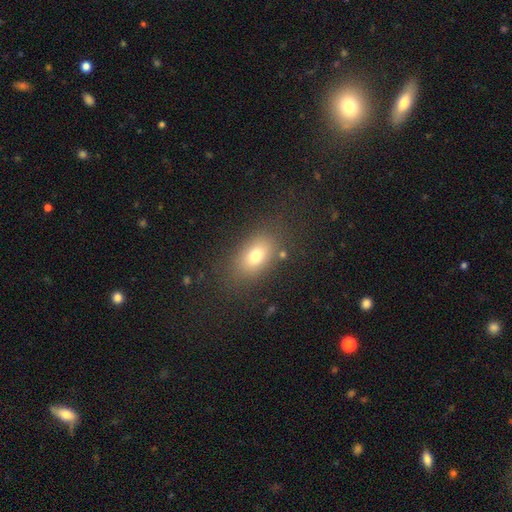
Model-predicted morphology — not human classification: smooth 75%, featured or disk 13%, star or artifact 11%. Down the decision tree: how rounded — in between (82%); merging — none (80%).